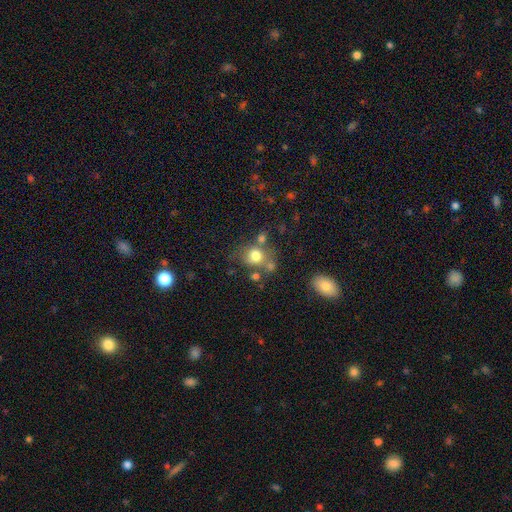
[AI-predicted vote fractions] smooth 75%, featured or disk 12%, star or artifact 12%. Down the decision tree: how rounded — round (68%); merging — none (54%).